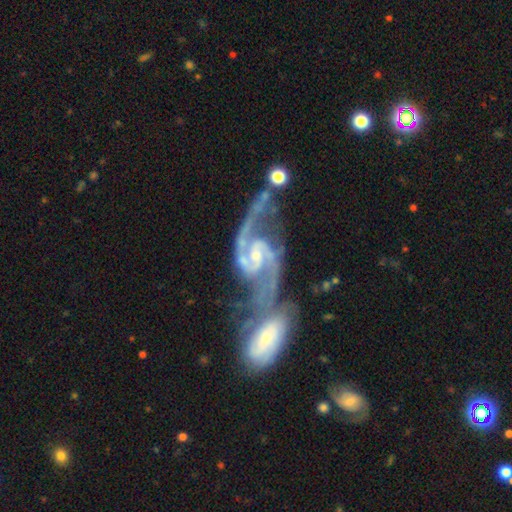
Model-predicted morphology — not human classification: smooth_or_featured: featured or disk (p=0.93) [alt: star or artifact p=0.04]
disk_edge_on: no (p=0.98) [alt: yes p=0.02]
bar: weak (p=0.48) [alt: no p=0.30]
has_spiral_arms: yes (p=0.98) [alt: no p=0.02]
spiral_winding: medium (p=0.51) [alt: loose p=0.36]
spiral_arm_count: 2 (p=0.92) [alt: can't tell p=0.02]
bulge_size: small (p=0.62) [alt: moderate p=0.28]
merging: merger (p=0.58) [alt: none p=0.20]